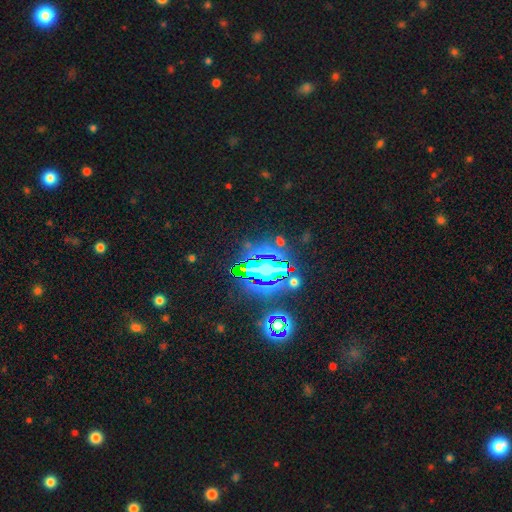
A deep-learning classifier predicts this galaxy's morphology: The model was most divided on "smooth or featured": star or artifact: 83%, smooth: 10%, featured or disk: 7%.